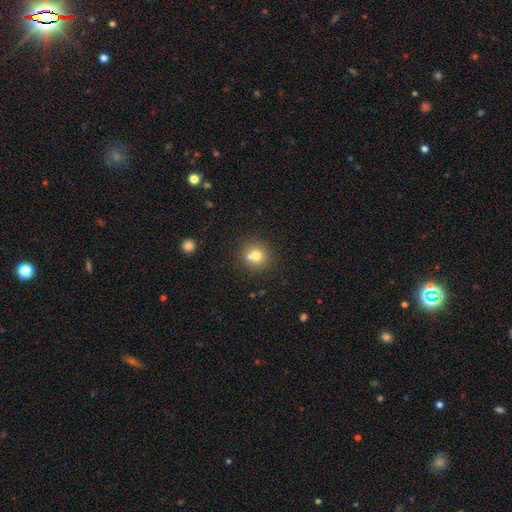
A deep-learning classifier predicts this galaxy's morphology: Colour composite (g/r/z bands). It shows a smooth galaxy with no disk features (73%) that is round (89%). Merging: none (65%).